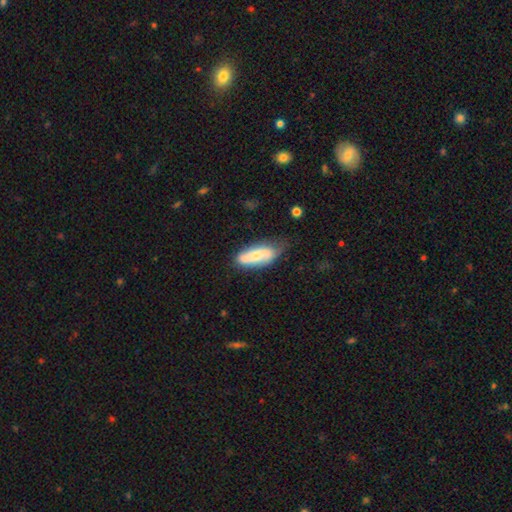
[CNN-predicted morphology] This appears to be a featured or disk galaxy (49%). Merging: none (65%).